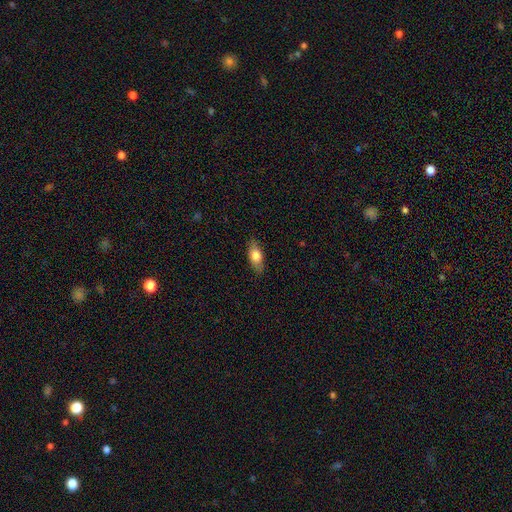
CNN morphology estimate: This is likely a smooth galaxy (73%). How rounded: likely in between (78%). Merging: clearly none (84%).